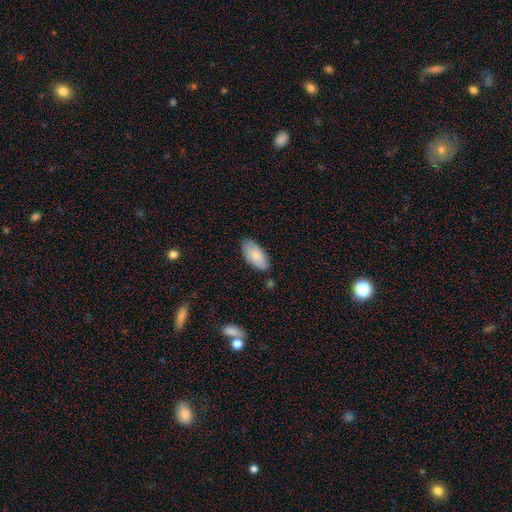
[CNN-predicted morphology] smooth_or_featured: smooth (p=0.83) [alt: featured or disk p=0.11]
how_rounded: in between (p=0.94) [alt: cigar-shaped p=0.04]
merging: none (p=0.75) [alt: minor disturbance p=0.20]